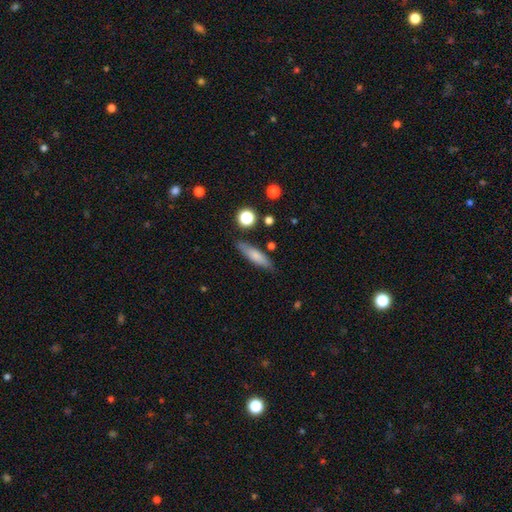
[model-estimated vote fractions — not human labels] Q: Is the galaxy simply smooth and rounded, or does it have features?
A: smooth — 73%.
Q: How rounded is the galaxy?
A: cigar-shaped — 66%.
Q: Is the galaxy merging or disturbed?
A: none — 81%.